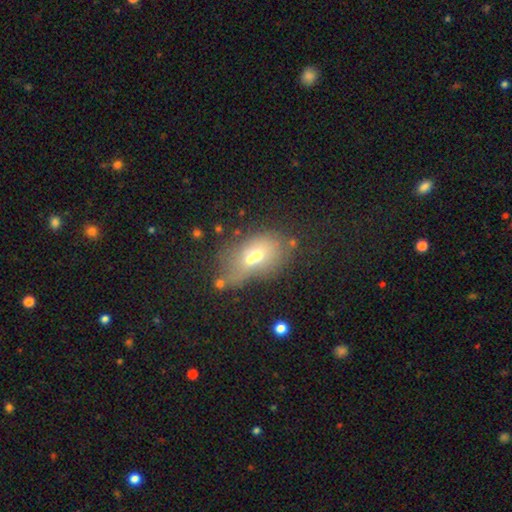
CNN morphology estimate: smooth_or_featured: smooth (p=0.58) [alt: featured or disk p=0.28]
how_rounded: in between (p=0.79) [alt: round p=0.17]
merging: merger (p=0.41) [alt: none p=0.32]